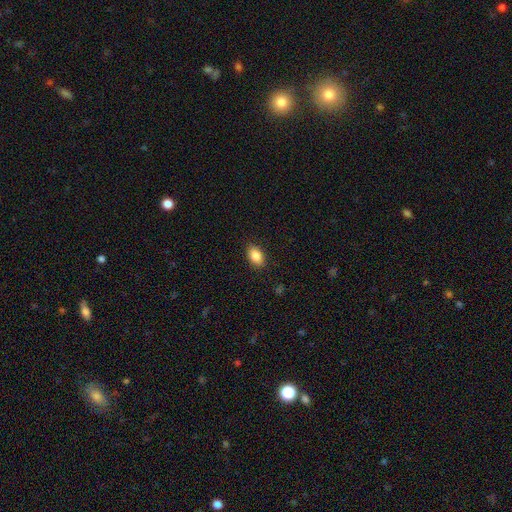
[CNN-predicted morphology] Smooth or featured?
  - smooth: 87% *
  - star or artifact: 8%
  - featured or disk: 5%
How rounded?
  - in between: 88% *
  - round: 11%
  - cigar-shaped: 2%
Merging?
  - none: 87% *
  - minor disturbance: 10%
  - major disturbance: 2%
  - merger: 1%